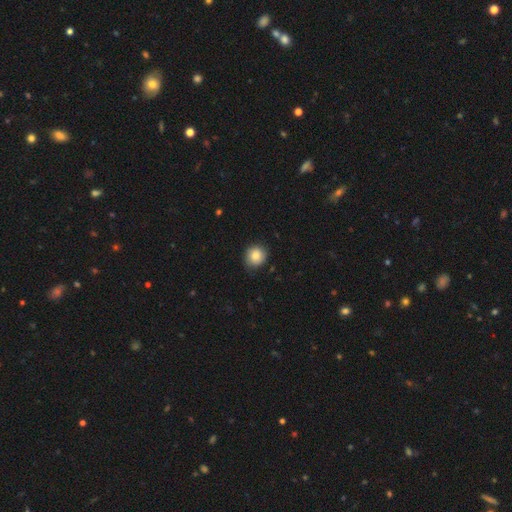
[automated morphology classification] smooth_or_featured: smooth (p=0.83) [alt: star or artifact p=0.09]
how_rounded: round (p=0.85) [alt: in between p=0.14]
merging: none (p=0.79) [alt: minor disturbance p=0.17]